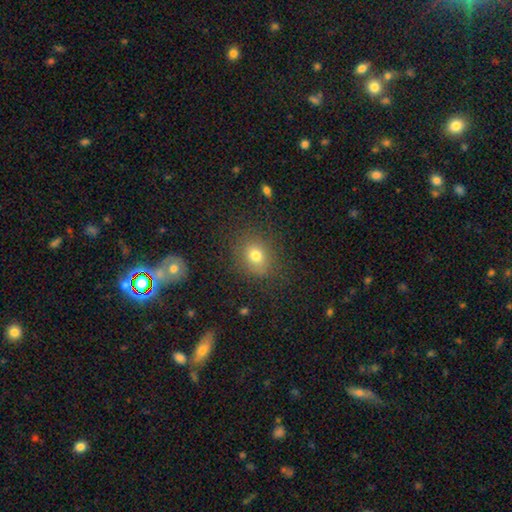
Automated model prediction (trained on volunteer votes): Overall: smooth (74%). How rounded: round (61%; in between 37%). Merging: none (81%).